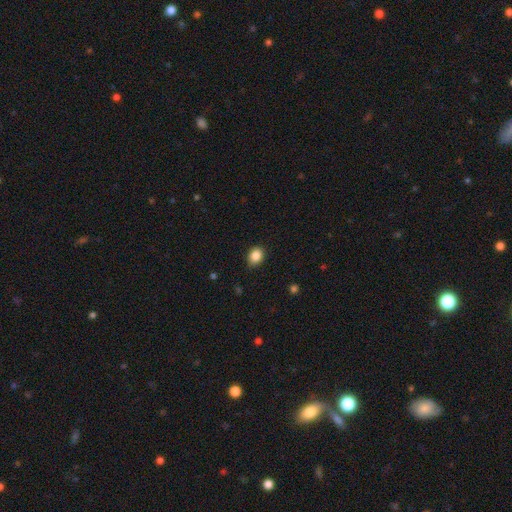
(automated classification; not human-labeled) A smooth galaxy with no disk features (87%) that is in between round and cigar-shaped (55%). Merging: none (86%).